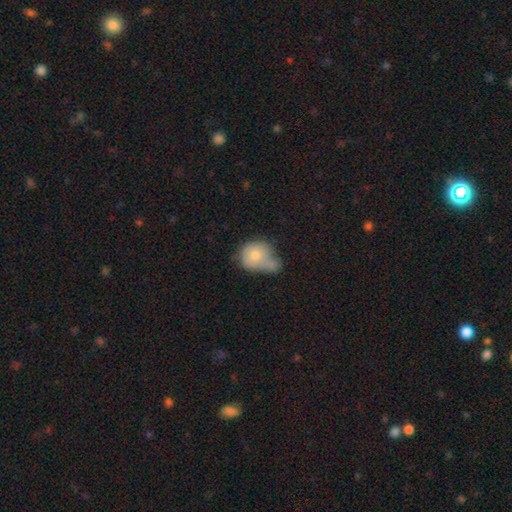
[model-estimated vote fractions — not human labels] The model was most divided on "merging": merger: 45%, minor disturbance: 20%, none: 20%, major disturbance: 15%. More confident: smooth or featured — smooth (72%); how rounded — round (63%).